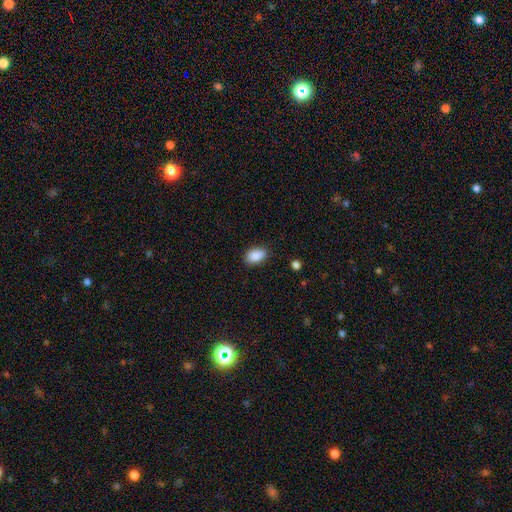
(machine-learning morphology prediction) Smooth or featured? Predicted: smooth (p=0.89). How rounded? Predicted: in between (p=0.90). Merging? Predicted: none (p=0.84).